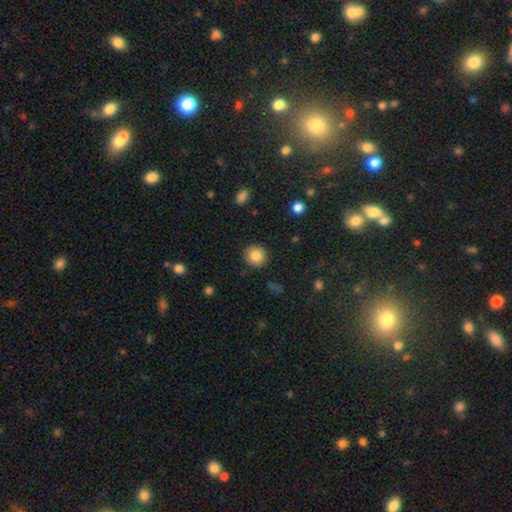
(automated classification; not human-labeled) A smooth galaxy with no disk features (85%) that is round (94%).

Vote fractions:
- Smooth or featured? smooth: 85% / star or artifact: 9% / featured or disk: 6%
- How rounded? round: 94% / in between: 6% / cigar-shaped: 1%
- Merging? none: 91% / minor disturbance: 6% / major disturbance: 2% / merger: 1%